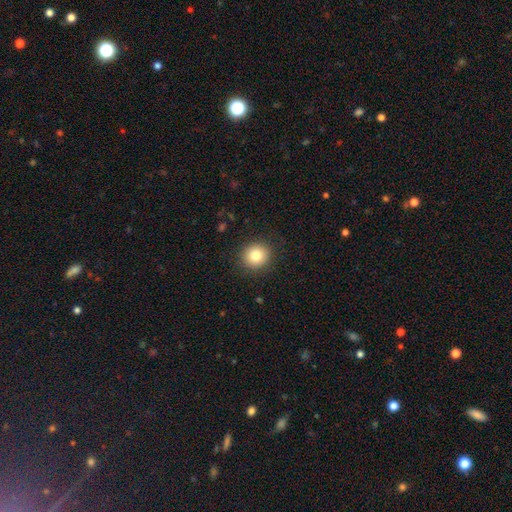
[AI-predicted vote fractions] The model was most divided on "smooth or featured": smooth: 82%, star or artifact: 10%, featured or disk: 8%. More confident: merging — none (90%); how rounded — round (89%).